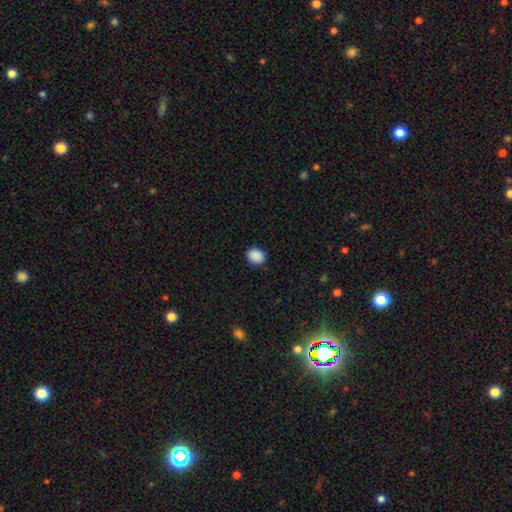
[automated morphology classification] Smooth or featured?
  - smooth: 90% *
  - star or artifact: 8%
  - featured or disk: 2%
How rounded?
  - round: 60% *
  - in between: 39%
  - cigar-shaped: 1%
Merging?
  - none: 90% *
  - minor disturbance: 7%
  - major disturbance: 2%
  - merger: 1%